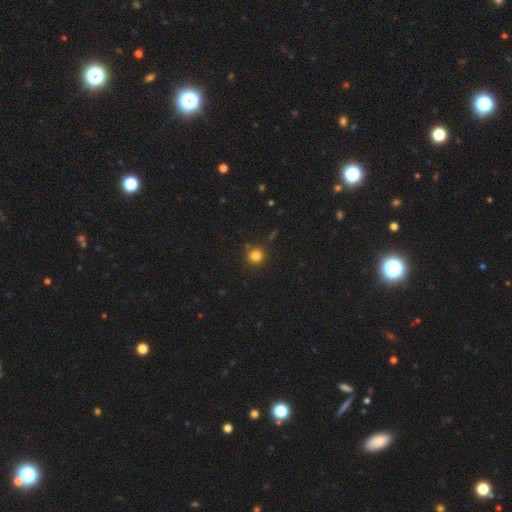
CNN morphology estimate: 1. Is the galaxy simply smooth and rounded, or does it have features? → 82% smooth, 13% star or artifact, 5% featured or disk.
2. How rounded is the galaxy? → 93% round, 6% in between, 1% cigar-shaped.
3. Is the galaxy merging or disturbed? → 86% none, 8% minor disturbance, 3% merger, 2% major disturbance.